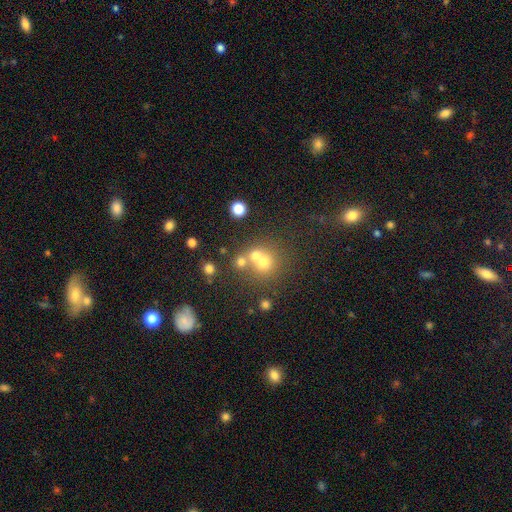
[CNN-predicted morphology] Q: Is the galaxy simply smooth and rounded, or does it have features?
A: smooth — 64%.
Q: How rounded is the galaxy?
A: round — 85%.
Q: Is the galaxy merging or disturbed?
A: none — 45%.